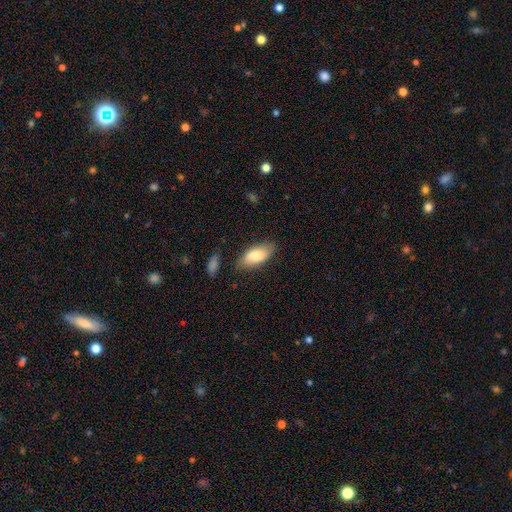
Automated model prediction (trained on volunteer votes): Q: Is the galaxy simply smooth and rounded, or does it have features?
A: smooth — 81%.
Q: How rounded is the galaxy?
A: in between — 89%.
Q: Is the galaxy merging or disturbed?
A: none — 76%.